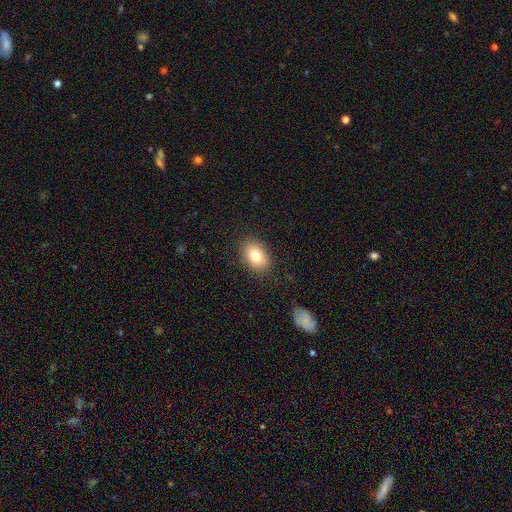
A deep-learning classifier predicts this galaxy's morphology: Smooth or featured?
  - smooth: 80% *
  - featured or disk: 11%
  - star or artifact: 9%
How rounded?
  - in between: 79% *
  - round: 20%
  - cigar-shaped: 1%
Merging?
  - none: 87% *
  - minor disturbance: 10%
  - major disturbance: 3%
  - merger: 1%